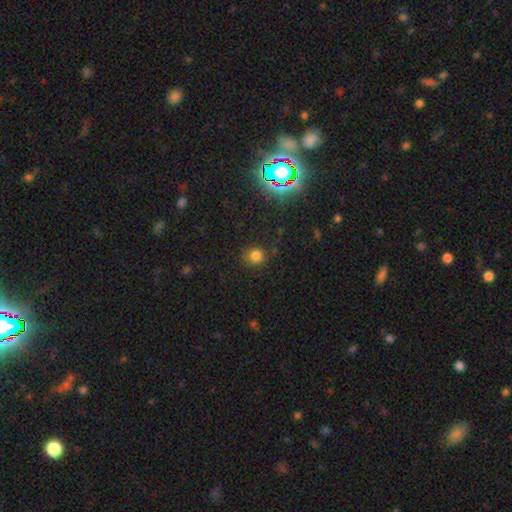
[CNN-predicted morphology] The model was most divided on "smooth or featured": smooth: 78%, star or artifact: 17%, featured or disk: 5%. More confident: how rounded — round (86%); merging — none (83%).